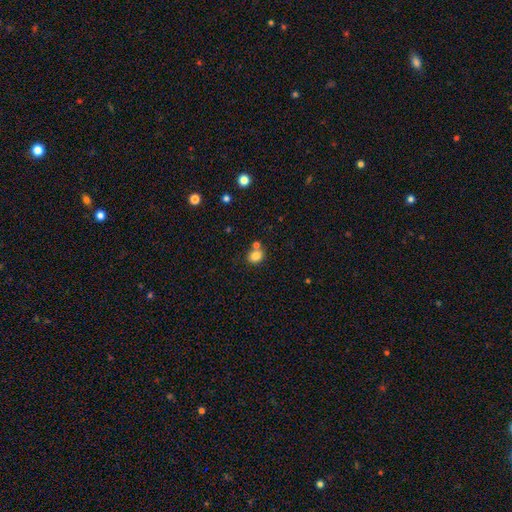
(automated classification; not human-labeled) smooth-or-featured: smooth: 83% | star or artifact: 11% | featured or disk: 6%
  how-rounded: round: 69% | in between: 30% | cigar-shaped: 1%
  merging: none: 64% | merger: 23% | minor disturbance: 11% | major disturbance: 3%